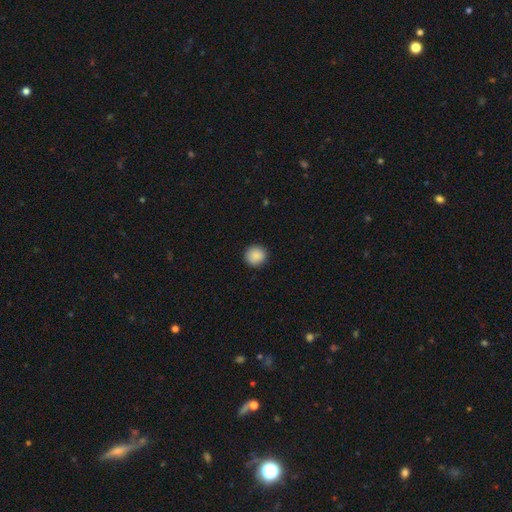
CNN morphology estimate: Smooth or featured? Predicted: smooth (p=0.89). How rounded? Predicted: round (p=0.94). Merging? Predicted: none (p=0.91).